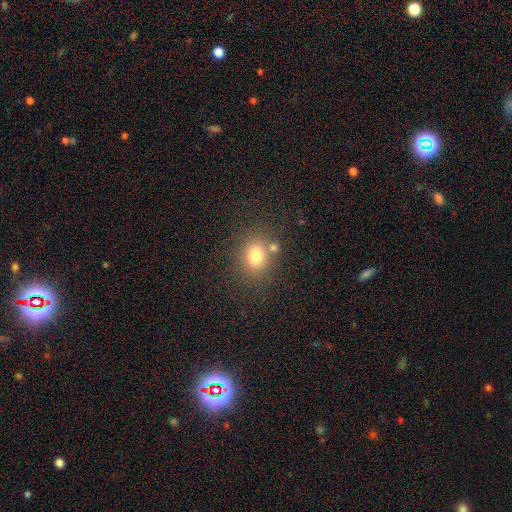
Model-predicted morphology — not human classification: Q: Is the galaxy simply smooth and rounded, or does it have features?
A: smooth — 76%.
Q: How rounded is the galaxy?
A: round — 59%.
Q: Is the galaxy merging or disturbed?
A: none — 70%.